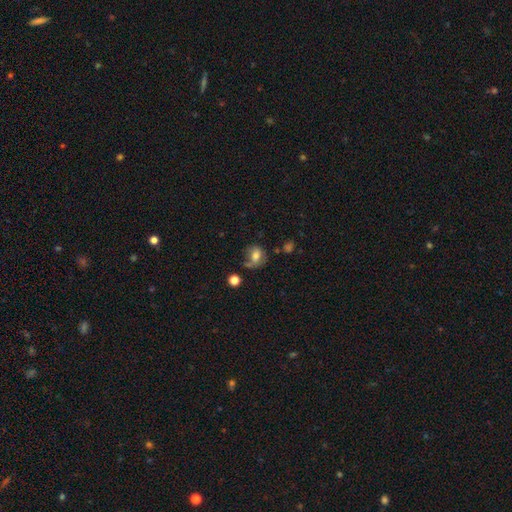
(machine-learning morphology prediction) A smooth galaxy with no disk features (72%) that is in between round and cigar-shaped (52%).

Vote fractions:
- Smooth or featured? smooth: 72% / featured or disk: 16% / star or artifact: 12%
- How rounded? in between: 52% / round: 47% / cigar-shaped: 1%
- Merging? none: 48% / minor disturbance: 26% / major disturbance: 14% / merger: 12%